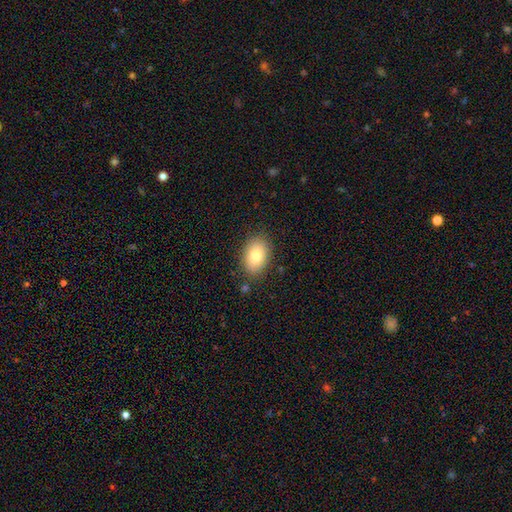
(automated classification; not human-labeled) Smooth or featured? smooth (79%)
How rounded? in between (85%)
Merging? none (83%)